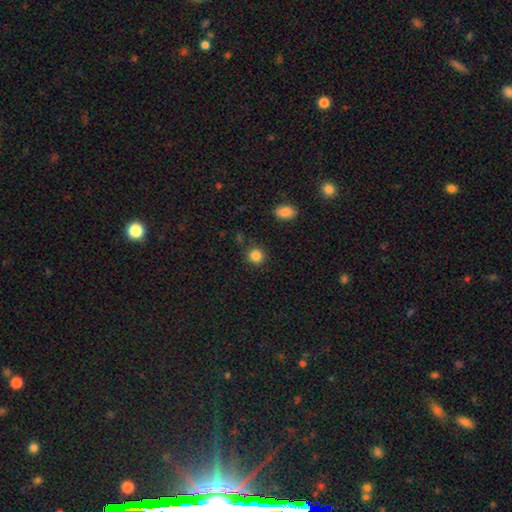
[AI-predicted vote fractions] Smooth or featured? smooth (85%)
How rounded? round (90%)
Merging? none (88%)